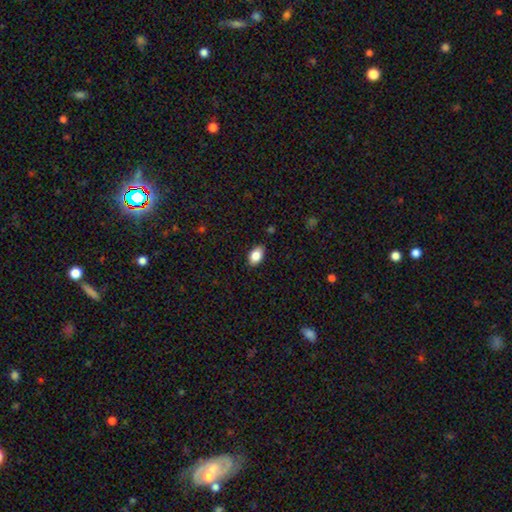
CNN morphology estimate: Q: Smooth or featured?
A: smooth (85%); runner-up: star or artifact (8%)
Q: How rounded?
A: in between (91%); runner-up: round (8%)
Q: Merging?
A: none (86%); runner-up: minor disturbance (11%)